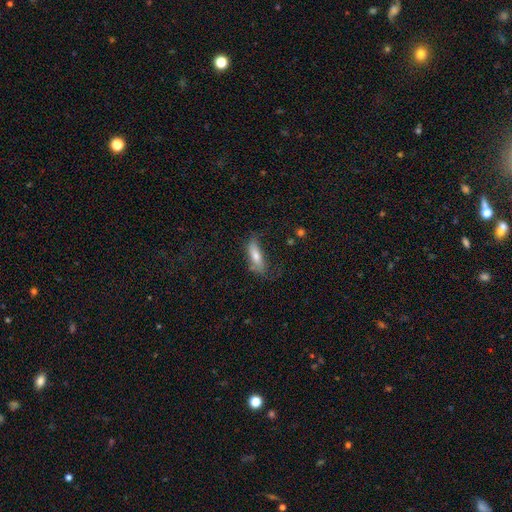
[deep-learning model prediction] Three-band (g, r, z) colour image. It shows a smooth galaxy with no disk features (66%) that is in between round and cigar-shaped (52%). Merging: none (54%).